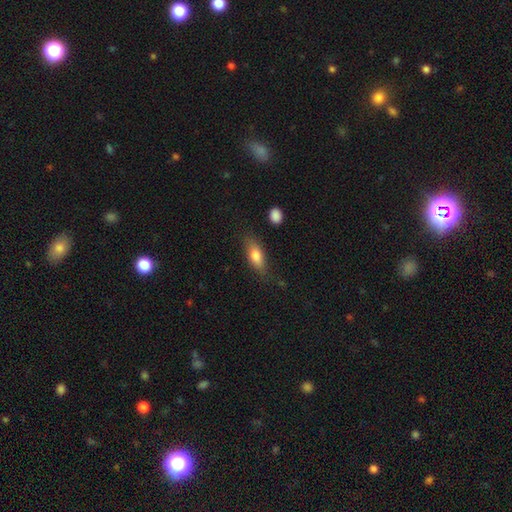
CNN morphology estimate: smooth-or-featured: smooth: 77% | featured or disk: 16% | star or artifact: 7%
  how-rounded: in between: 70% | cigar-shaped: 27% | round: 4%
  merging: none: 75% | minor disturbance: 18% | major disturbance: 5% | merger: 2%